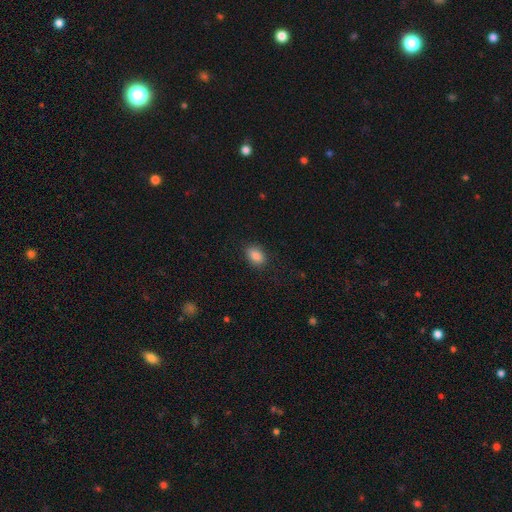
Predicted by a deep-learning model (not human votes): Smooth or featured?
  - smooth: 87% *
  - star or artifact: 8%
  - featured or disk: 4%
How rounded?
  - in between: 82% *
  - round: 16%
  - cigar-shaped: 1%
Merging?
  - none: 85% *
  - minor disturbance: 11%
  - major disturbance: 3%
  - merger: 1%